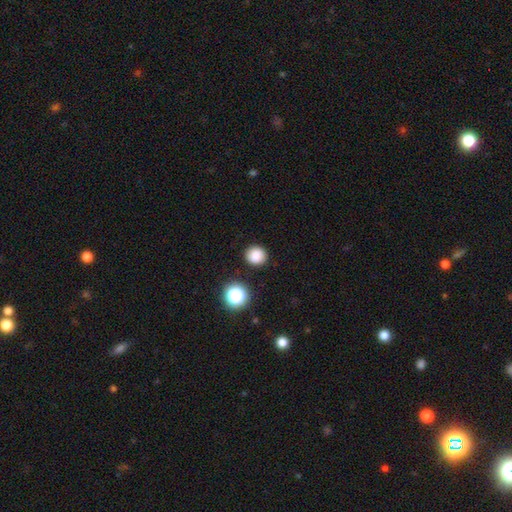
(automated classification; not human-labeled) Smooth or featured?
  - smooth: 84% *
  - star or artifact: 12%
  - featured or disk: 4%
How rounded?
  - round: 88% *
  - in between: 11%
  - cigar-shaped: 1%
Merging?
  - none: 88% *
  - minor disturbance: 7%
  - major disturbance: 2%
  - merger: 2%